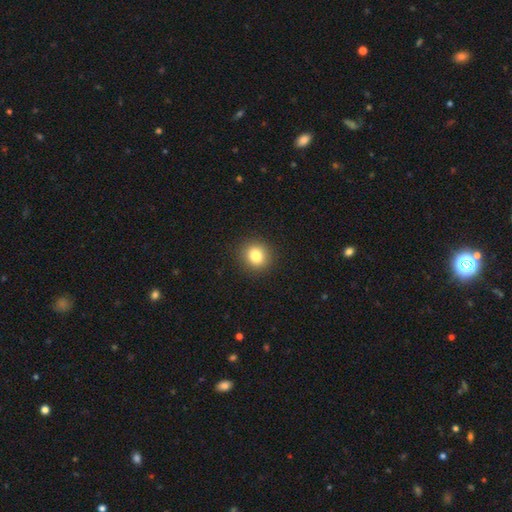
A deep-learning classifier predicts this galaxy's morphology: Smooth or featured? smooth (83%)
How rounded? round (84%)
Merging? none (91%)